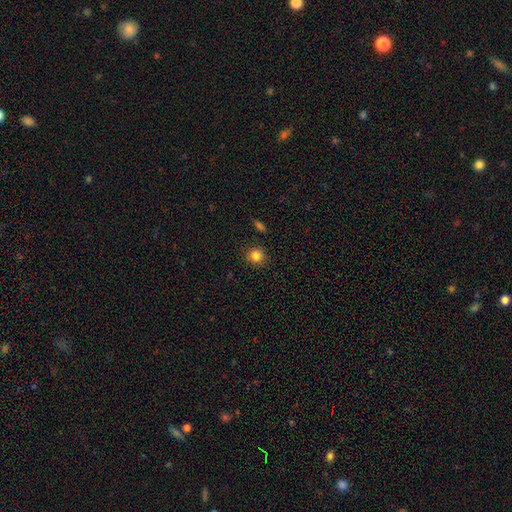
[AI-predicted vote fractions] Smooth or featured? Predicted: smooth (p=0.83). How rounded? Predicted: round (p=0.89). Merging? Predicted: none (p=0.90).